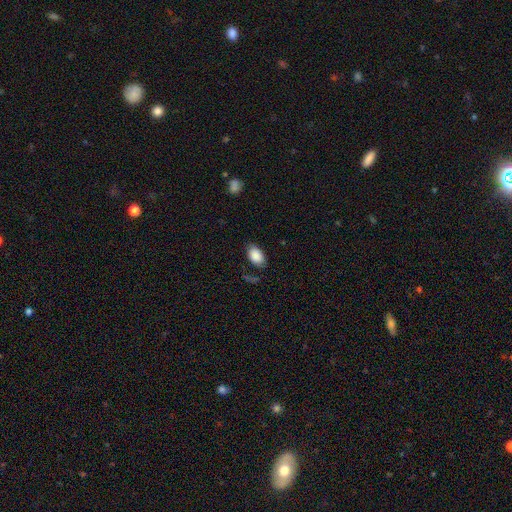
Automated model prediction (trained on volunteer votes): A smooth galaxy with no disk features (87%) that is in between round and cigar-shaped (92%).

Vote fractions:
- Smooth or featured? smooth: 87% / featured or disk: 7% / star or artifact: 7%
- How rounded? in between: 92% / round: 7% / cigar-shaped: 1%
- Merging? none: 72% / minor disturbance: 20% / major disturbance: 6% / merger: 3%